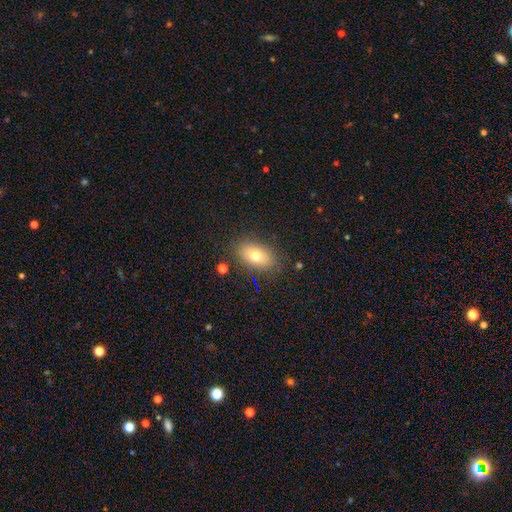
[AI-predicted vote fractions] Smooth or featured?
  - smooth: 73% *
  - featured or disk: 16%
  - star or artifact: 11%
How rounded?
  - in between: 85% *
  - round: 13%
  - cigar-shaped: 2%
Merging?
  - none: 84% *
  - minor disturbance: 11%
  - major disturbance: 4%
  - merger: 2%